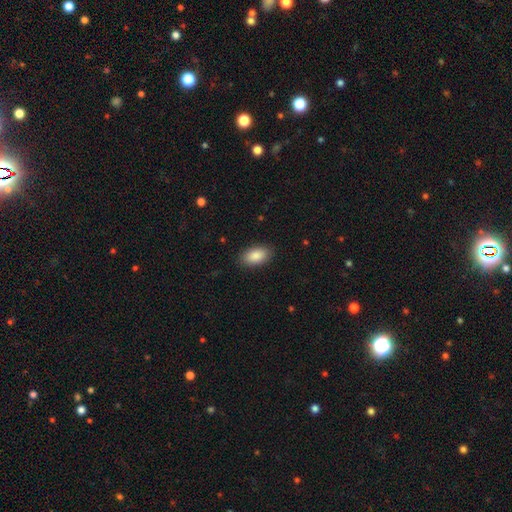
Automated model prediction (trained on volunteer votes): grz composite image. It shows a smooth galaxy with no disk features (88%) that is in between round and cigar-shaped (94%). Merging: none (88%).